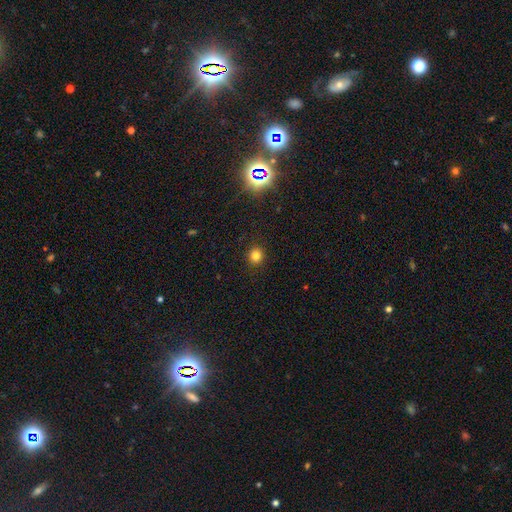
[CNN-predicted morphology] smooth 79%, star or artifact 16%, featured or disk 5%. Down the decision tree: how rounded — round (89%); merging — none (90%).